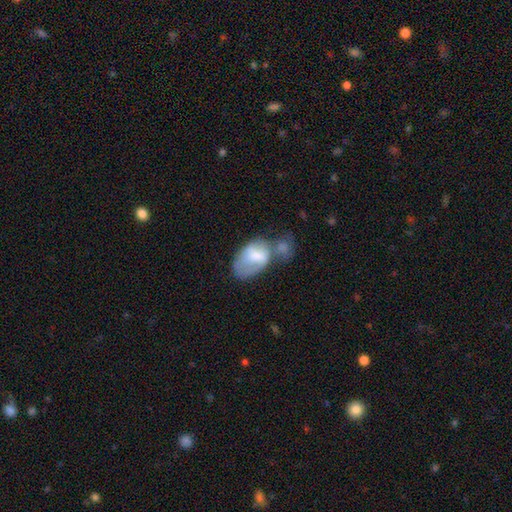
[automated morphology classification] Smooth or featured? Predicted: smooth (p=0.58). How rounded? Predicted: in between (p=0.91). Merging? Predicted: merger (p=0.45).